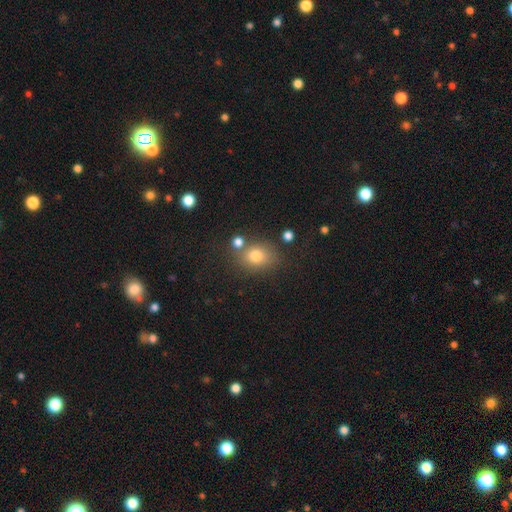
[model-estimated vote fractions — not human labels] smooth 77%, star or artifact 14%, featured or disk 10%. Down the decision tree: how rounded — round (61%); merging — none (70%).